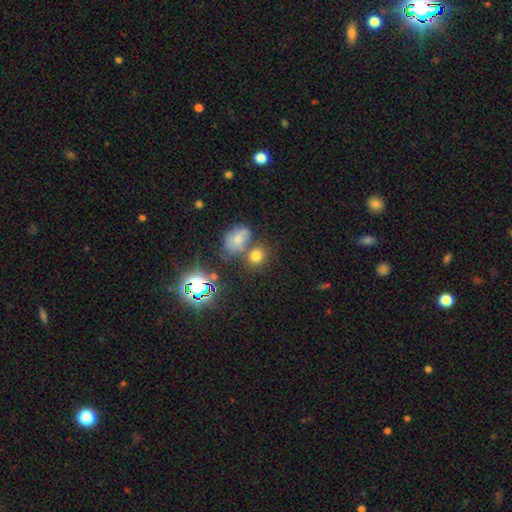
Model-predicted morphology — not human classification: Smooth or featured: smooth — 69% (star or artifact — 21%)
How rounded: round — 70% (in between — 29%)
Merging: none — 61% (merger — 23%)